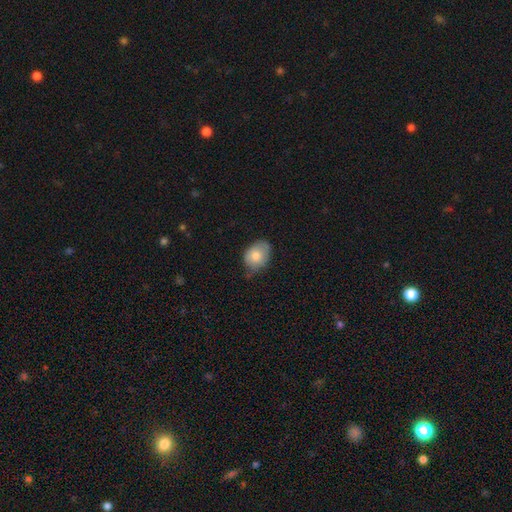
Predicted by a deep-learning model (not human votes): A smooth galaxy with no disk features (77%) that is in between round and cigar-shaped (69%). Merging: none (56%).